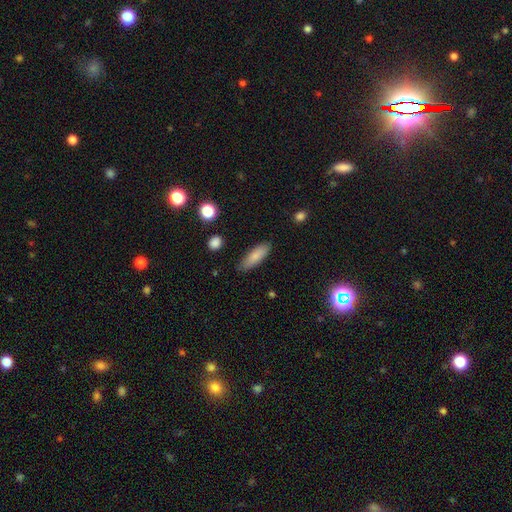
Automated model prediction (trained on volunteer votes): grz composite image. It shows a smooth galaxy with no disk features (84%) that is in between round and cigar-shaped (54%). Merging: none (84%).